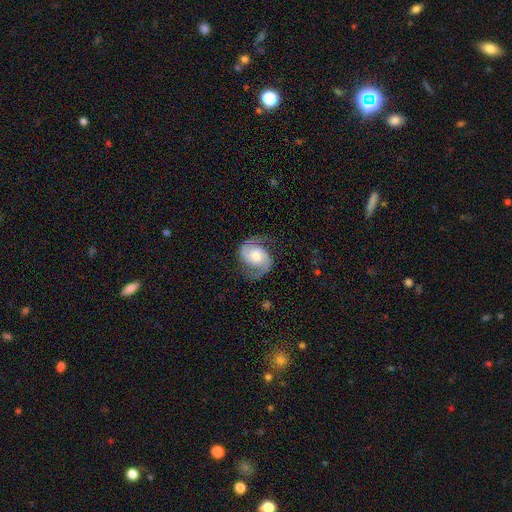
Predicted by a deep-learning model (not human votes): This is clearly a featured or disk galaxy (89%). It is clearly not viewed edge-on (98%). Bar: likely no (68%). Spiral arm pattern: clearly yes (98%). Spiral arm count: clearly 2 (94%). Spiral winding: possibly medium (55%). Central bulge: possibly moderate (58%). Merging: likely none (77%).